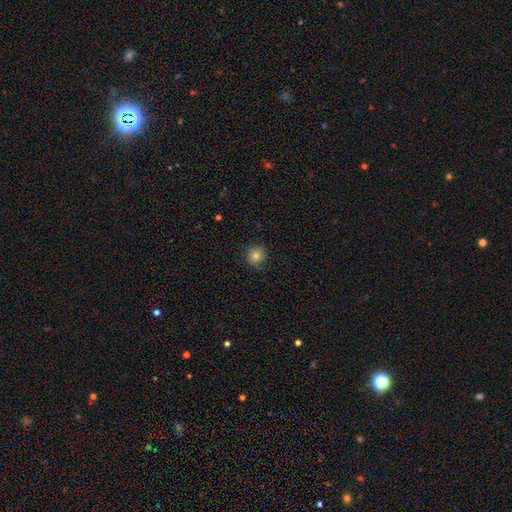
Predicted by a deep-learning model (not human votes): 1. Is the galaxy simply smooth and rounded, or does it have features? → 81% smooth, 12% star or artifact, 7% featured or disk.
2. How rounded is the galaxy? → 92% round, 7% in between, 1% cigar-shaped.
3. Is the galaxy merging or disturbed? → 85% none, 11% minor disturbance, 3% major disturbance, 1% merger.